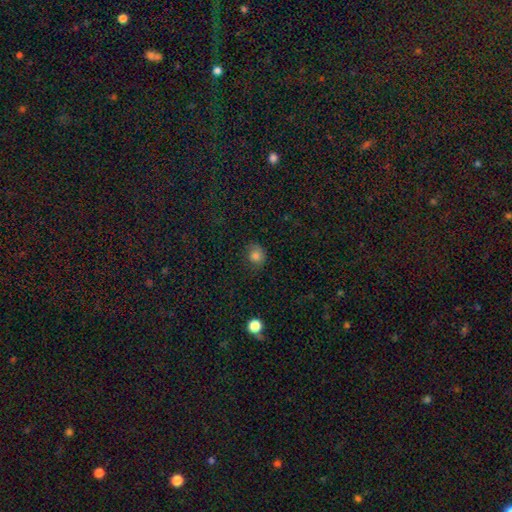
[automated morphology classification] Smooth or featured? smooth (79%)
How rounded? round (78%)
Merging? none (67%)